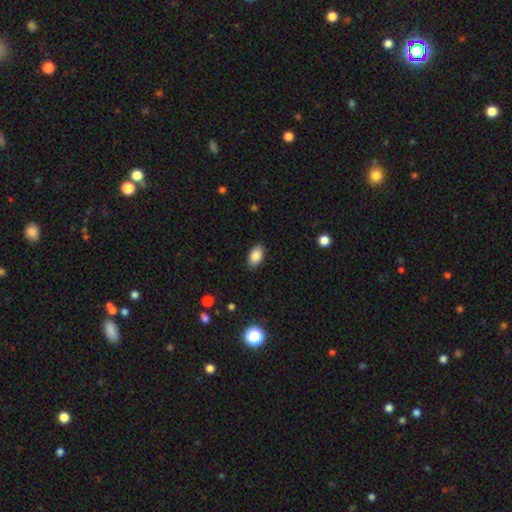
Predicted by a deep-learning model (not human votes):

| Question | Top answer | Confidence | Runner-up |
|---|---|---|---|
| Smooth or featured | smooth | 87% | star or artifact (8%) |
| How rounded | in between | 93% | round (5%) |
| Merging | none | 87% | minor disturbance (10%) |